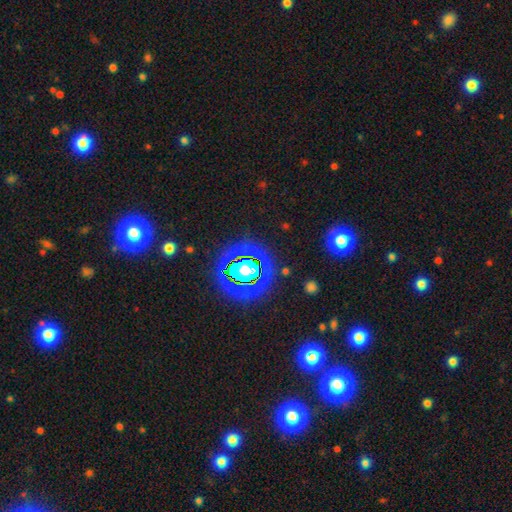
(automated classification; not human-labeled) Smooth or featured: star or artifact — 81% (smooth — 12%)